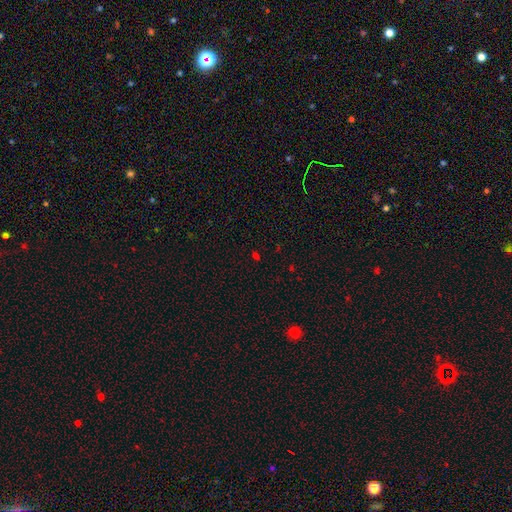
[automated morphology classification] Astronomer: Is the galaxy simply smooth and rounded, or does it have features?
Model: star or artifact — 52% (runner-up: smooth, 42%).